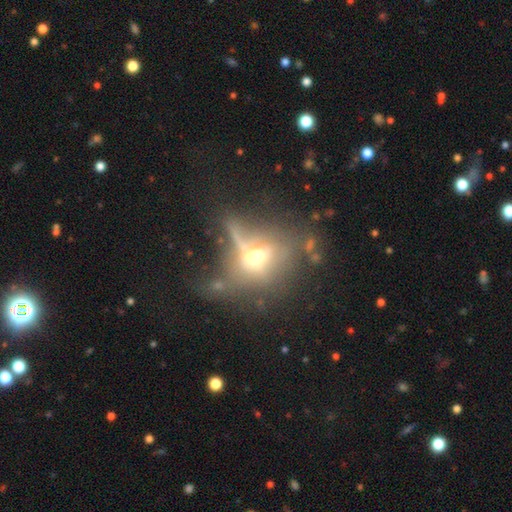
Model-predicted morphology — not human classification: Overall: featured or disk (52%; smooth 31%). Edge-on disk: no (54%; yes 46%). Merging: none (43%; major disturbance 28%).